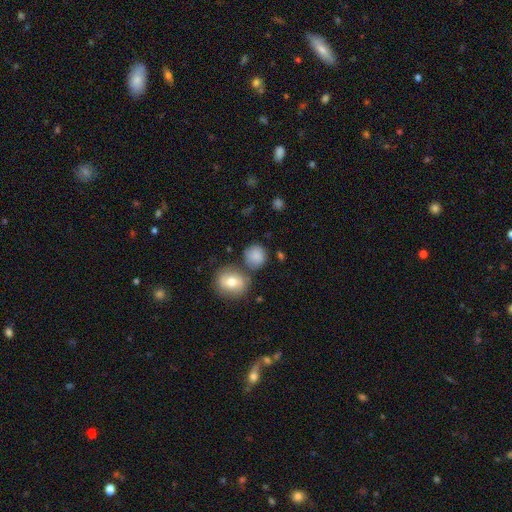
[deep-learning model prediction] Smooth or featured: smooth — 80% (featured or disk — 11%)
How rounded: round — 86% (in between — 13%)
Merging: none — 65% (minor disturbance — 16%)